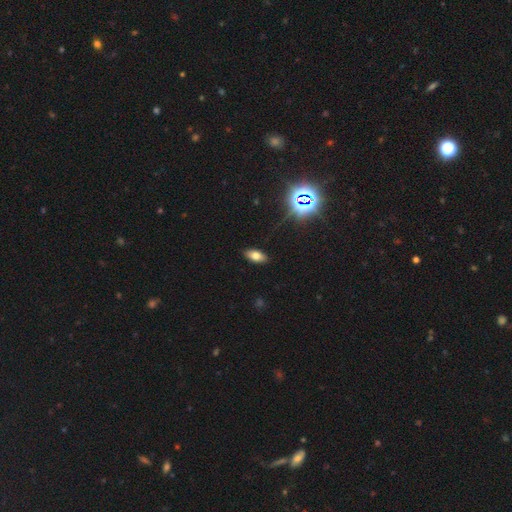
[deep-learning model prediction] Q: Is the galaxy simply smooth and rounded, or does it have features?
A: smooth — 70%.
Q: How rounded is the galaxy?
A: in between — 88%.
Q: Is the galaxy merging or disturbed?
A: none — 89%.